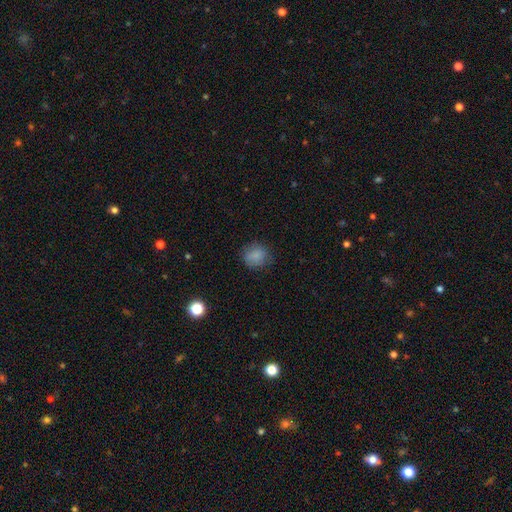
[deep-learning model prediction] Q: Smooth or featured?
A: smooth (83%); runner-up: star or artifact (10%)
Q: How rounded?
A: round (78%); runner-up: in between (21%)
Q: Merging?
A: none (79%); runner-up: minor disturbance (15%)